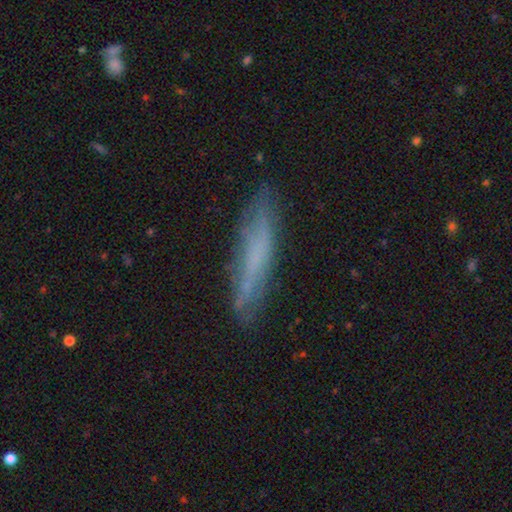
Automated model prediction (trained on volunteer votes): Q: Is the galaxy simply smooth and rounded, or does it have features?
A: smooth — 50%.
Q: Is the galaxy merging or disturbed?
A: none — 77%.